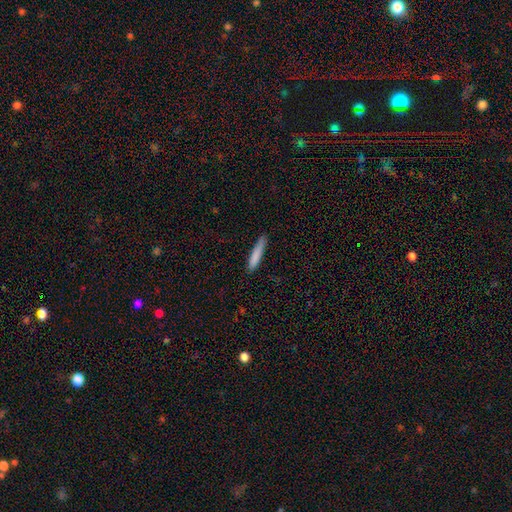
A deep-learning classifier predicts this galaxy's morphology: smooth_or_featured: smooth (p=0.81) [alt: featured or disk p=0.12]
how_rounded: cigar-shaped (p=0.91) [alt: in between p=0.07]
merging: none (p=0.80) [alt: minor disturbance p=0.16]